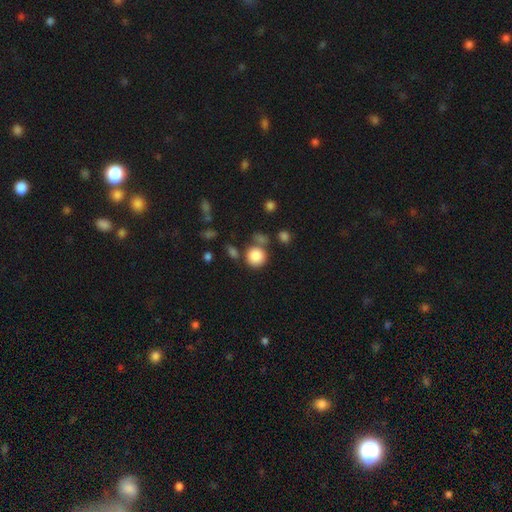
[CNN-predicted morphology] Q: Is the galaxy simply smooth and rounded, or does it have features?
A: smooth — 86%.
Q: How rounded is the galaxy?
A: round — 90%.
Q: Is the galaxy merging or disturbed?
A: none — 69%.